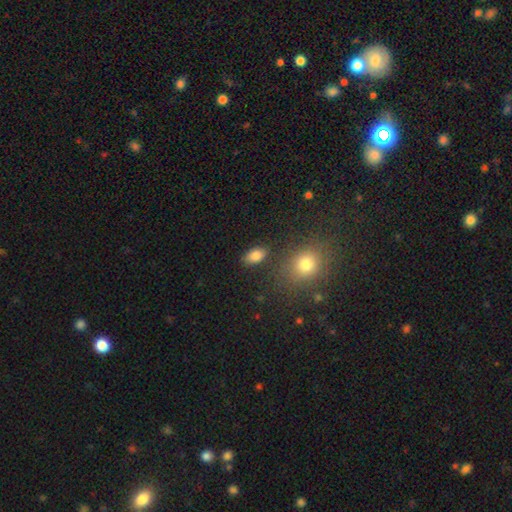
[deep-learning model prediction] Smooth or featured? Predicted: smooth (p=0.84). How rounded? Predicted: in between (p=0.90). Merging? Predicted: none (p=0.82).